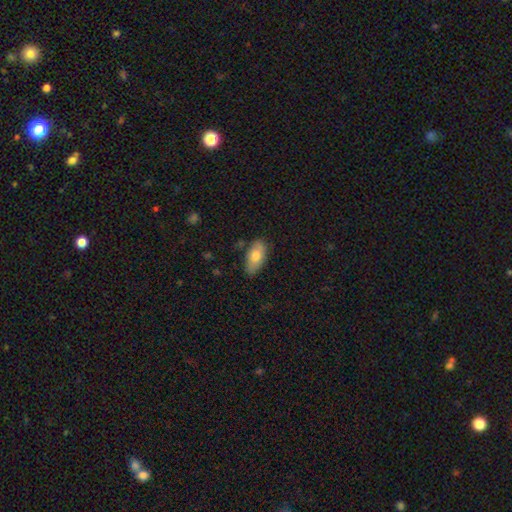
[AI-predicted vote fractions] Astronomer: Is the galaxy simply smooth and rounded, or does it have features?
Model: smooth — 76%.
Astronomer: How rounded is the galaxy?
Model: in between — 92%.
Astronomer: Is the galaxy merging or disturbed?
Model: none — 79%.